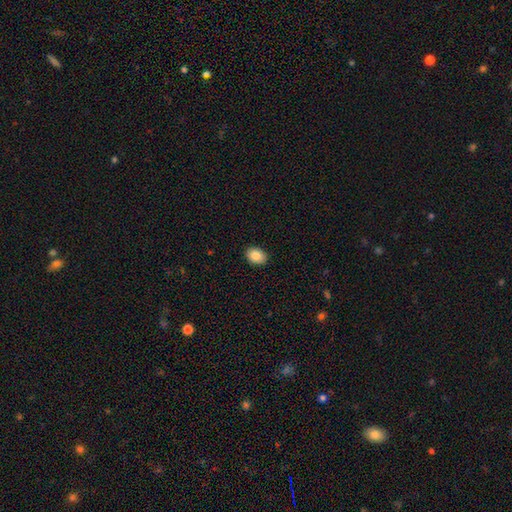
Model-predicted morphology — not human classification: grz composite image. It shows a smooth galaxy with no disk features (86%) that is in between round and cigar-shaped (77%). Merging: none (90%).